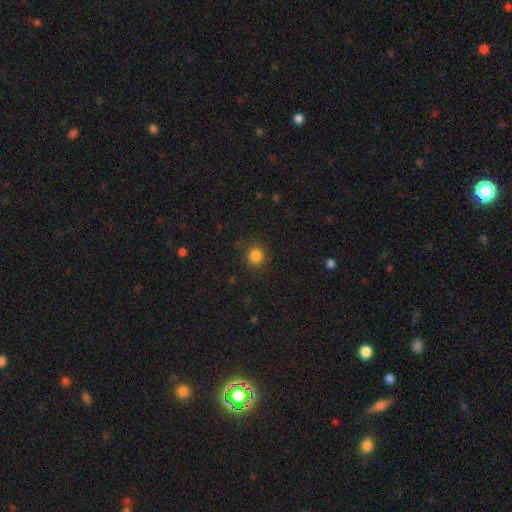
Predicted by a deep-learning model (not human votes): Morphology: type=smooth (83%); roundness=round (80%); merging=none (82%).